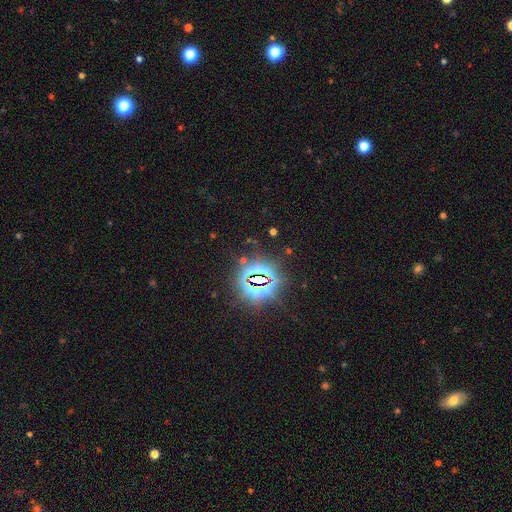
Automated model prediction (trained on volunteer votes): Smooth or featured? star or artifact (83%)